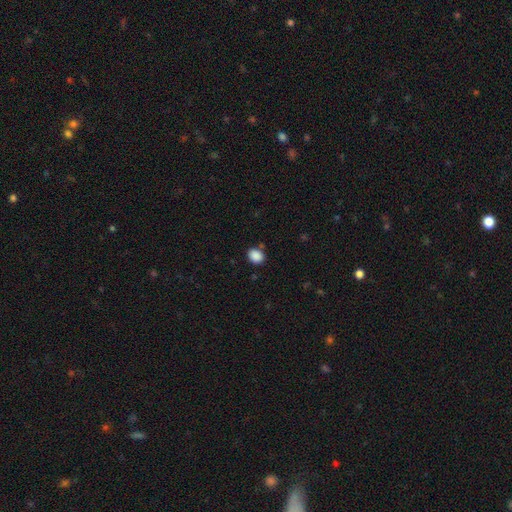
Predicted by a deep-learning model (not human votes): A smooth galaxy with no disk features (88%) that is in between round and cigar-shaped (55%). Merging: none (82%).